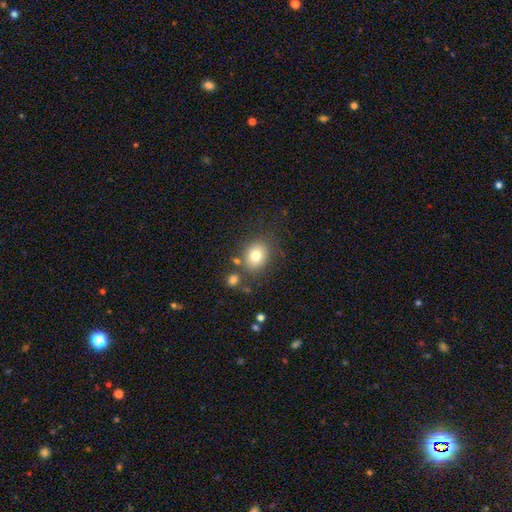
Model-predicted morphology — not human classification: Smooth or featured? Predicted: smooth (p=0.78). How rounded? Predicted: round (p=0.53). Merging? Predicted: none (p=0.74).